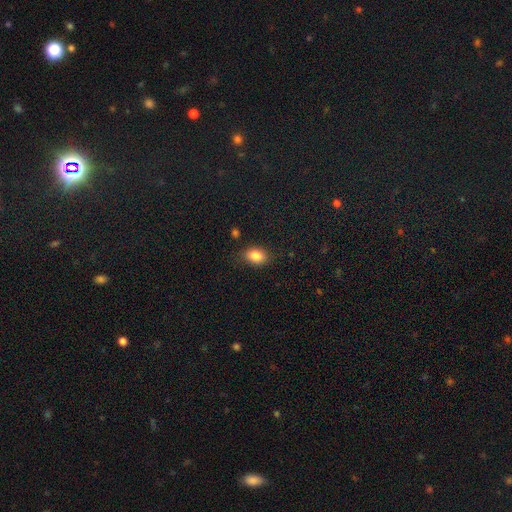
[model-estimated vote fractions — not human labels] The model was most divided on "how rounded": in between: 75%, round: 24%, cigar-shaped: 1%. More confident: smooth or featured — smooth (85%); merging — none (80%).